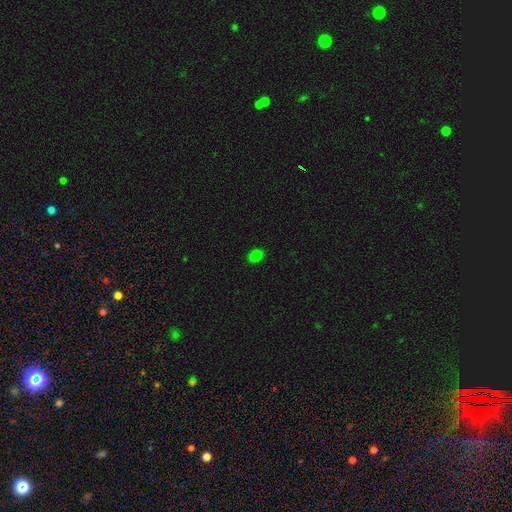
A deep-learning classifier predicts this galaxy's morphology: smooth-or-featured: smooth: 81% | star or artifact: 16% | featured or disk: 4%
  how-rounded: in between: 60% | round: 39% | cigar-shaped: 1%
  merging: none: 90% | minor disturbance: 7% | major disturbance: 2% | merger: 1%